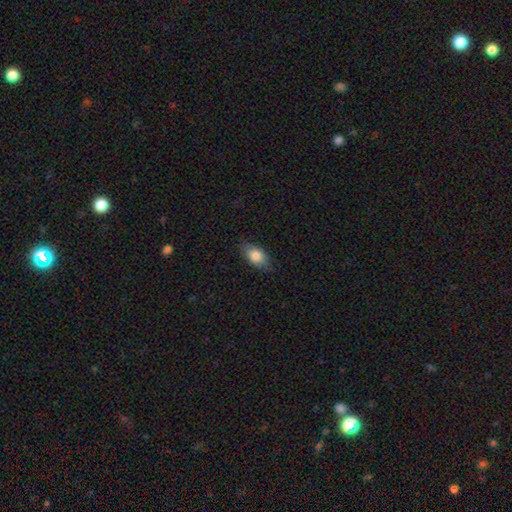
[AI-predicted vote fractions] This appears to be a smooth galaxy with no disk features (80%) that is in between round and cigar-shaped (89%). Merging: none (81%).